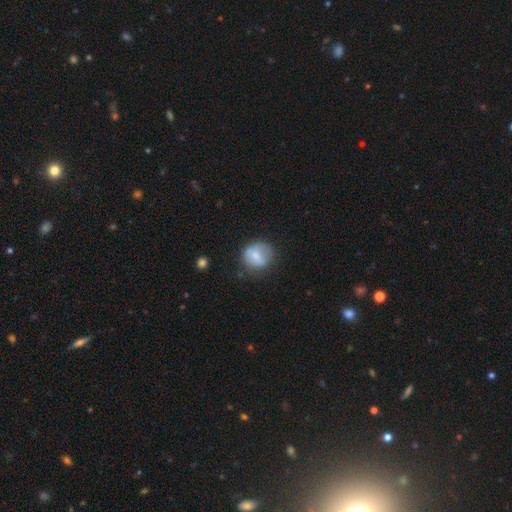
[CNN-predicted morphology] Smooth or featured? Predicted: smooth (p=0.69). How rounded? Predicted: round (p=0.78). Merging? Predicted: none (p=0.66).